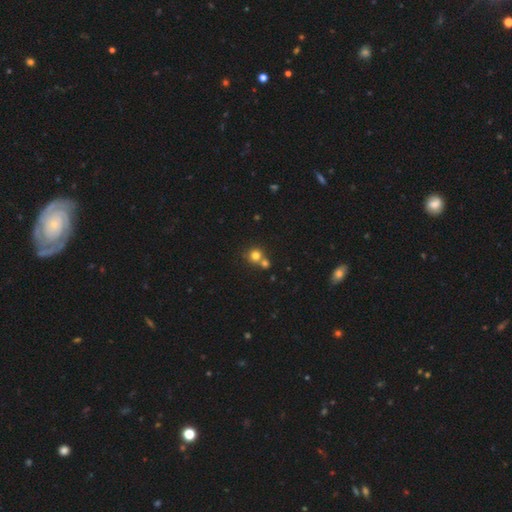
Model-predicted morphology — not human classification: The model was most divided on "merging": none: 51%, merger: 40%, minor disturbance: 6%, major disturbance: 3%. More confident: how rounded — round (89%); smooth or featured — smooth (78%).